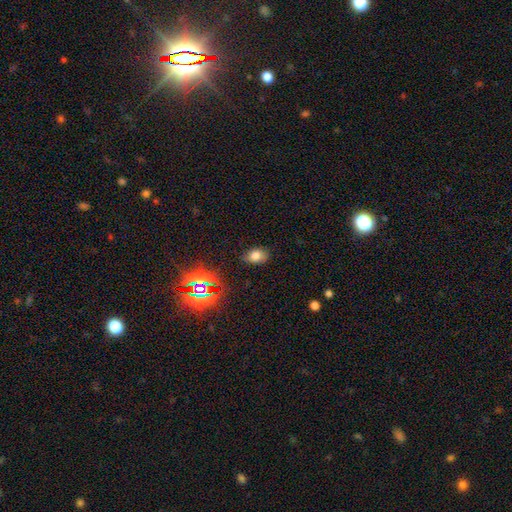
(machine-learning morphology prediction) smooth-or-featured: smooth: 74% | star or artifact: 18% | featured or disk: 8%
  how-rounded: in between: 79% | round: 19% | cigar-shaped: 1%
  merging: none: 83% | minor disturbance: 12% | major disturbance: 3% | merger: 1%